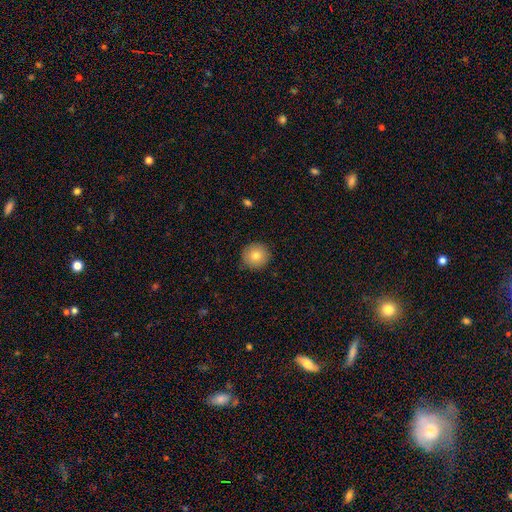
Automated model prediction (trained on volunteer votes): The model was most divided on "smooth or featured": smooth: 80%, featured or disk: 11%, star or artifact: 9%. More confident: how rounded — round (95%); merging — none (89%).